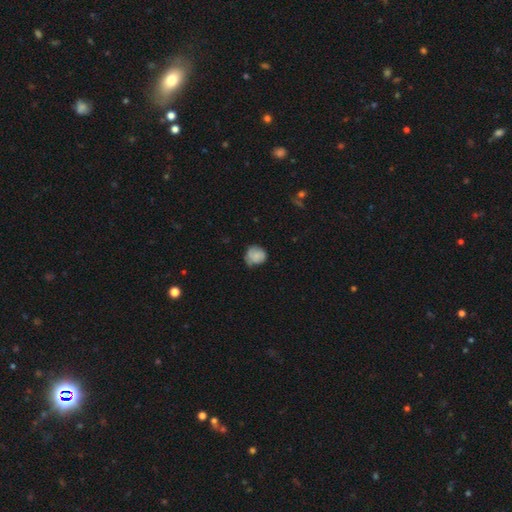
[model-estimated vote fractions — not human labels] Smooth or featured?
  - smooth: 73% *
  - featured or disk: 18%
  - star or artifact: 9%
How rounded?
  - round: 78% *
  - in between: 21%
  - cigar-shaped: 1%
Merging?
  - none: 55% *
  - minor disturbance: 34%
  - major disturbance: 9%
  - merger: 3%